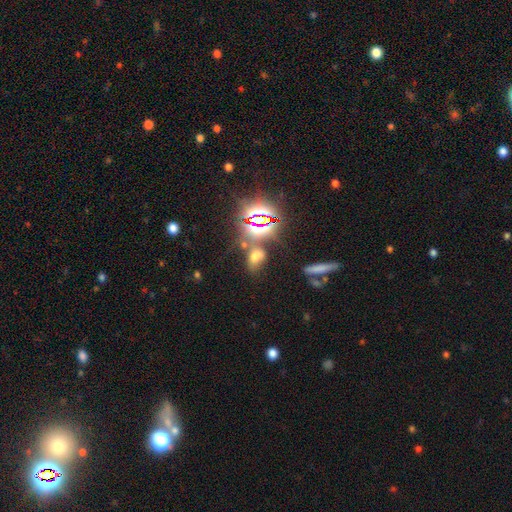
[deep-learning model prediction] Overall: smooth (48%; star or artifact 40%). Merging: none (46%; merger 28%).